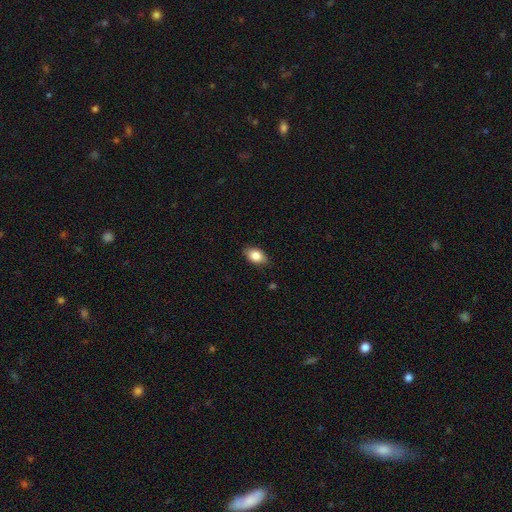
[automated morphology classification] smooth-or-featured: smooth: 84% | featured or disk: 8% | star or artifact: 8%
  how-rounded: in between: 86% | round: 11% | cigar-shaped: 2%
  merging: none: 84% | minor disturbance: 12% | major disturbance: 2% | merger: 1%